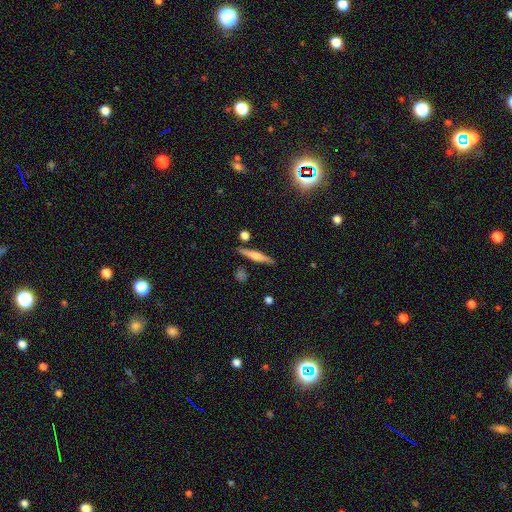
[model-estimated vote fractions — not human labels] Overall: featured or disk (54%; smooth 39%). Edge-on disk: yes (96%). Edge-on bulge: rounded (74%). Merging: none (85%).